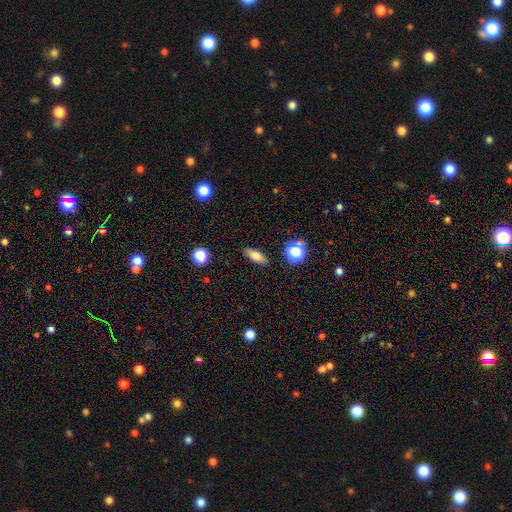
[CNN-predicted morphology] smooth 74%, featured or disk 15%, star or artifact 11%. Down the decision tree: how rounded — in between (69%); merging — none (88%).